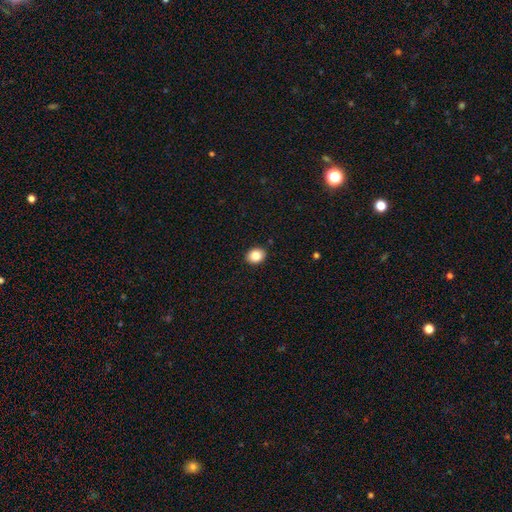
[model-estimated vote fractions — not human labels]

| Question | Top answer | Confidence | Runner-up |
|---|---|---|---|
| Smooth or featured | smooth | 86% | star or artifact (9%) |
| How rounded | round | 51% | in between (48%) |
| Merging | none | 90% | minor disturbance (7%) |